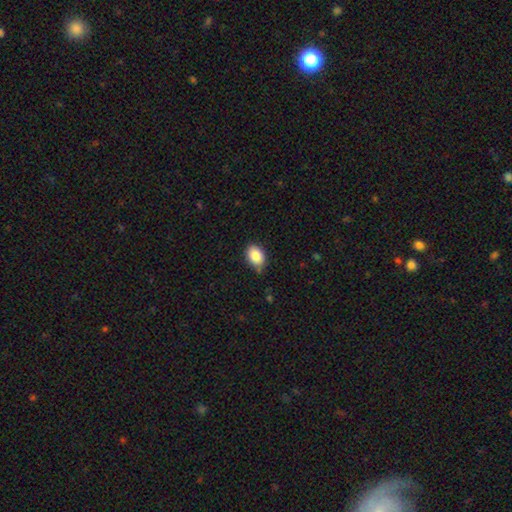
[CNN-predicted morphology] smooth_or_featured: smooth (p=0.86) [alt: star or artifact p=0.08]
how_rounded: in between (p=0.82) [alt: round p=0.17]
merging: none (p=0.78) [alt: minor disturbance p=0.17]